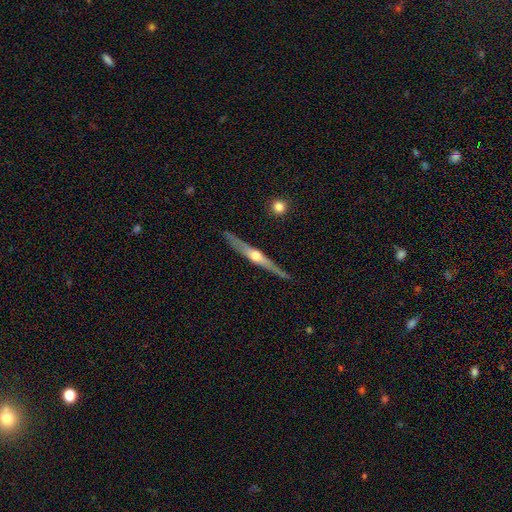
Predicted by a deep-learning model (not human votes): Q: Smooth or featured?
A: featured or disk (76%); runner-up: smooth (19%)
Q: Edge-on disk?
A: yes (97%); runner-up: no (3%)
Q: Edge-on bulge?
A: rounded (91%); runner-up: none (5%)
Q: Merging?
A: none (85%); runner-up: minor disturbance (11%)